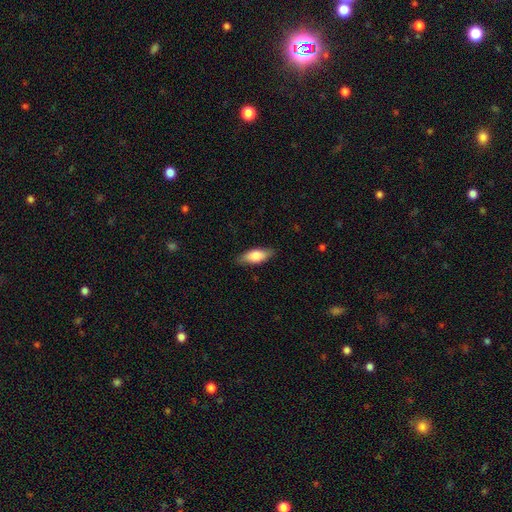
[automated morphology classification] Q: Smooth or featured?
A: smooth (75%); runner-up: featured or disk (19%)
Q: How rounded?
A: in between (75%); runner-up: cigar-shaped (23%)
Q: Merging?
A: none (84%); runner-up: minor disturbance (13%)